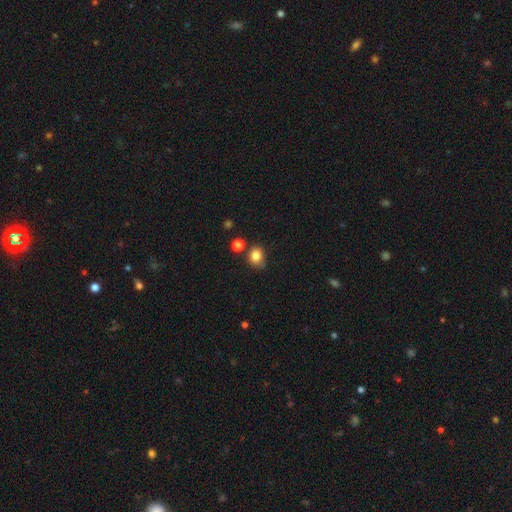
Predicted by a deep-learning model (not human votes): A smooth galaxy with no disk features (84%) that is round (62%).

Vote fractions:
- Smooth or featured? smooth: 84% / star or artifact: 11% / featured or disk: 5%
- How rounded? round: 62% / in between: 37% / cigar-shaped: 1%
- Merging? none: 66% / minor disturbance: 20% / merger: 9% / major disturbance: 5%